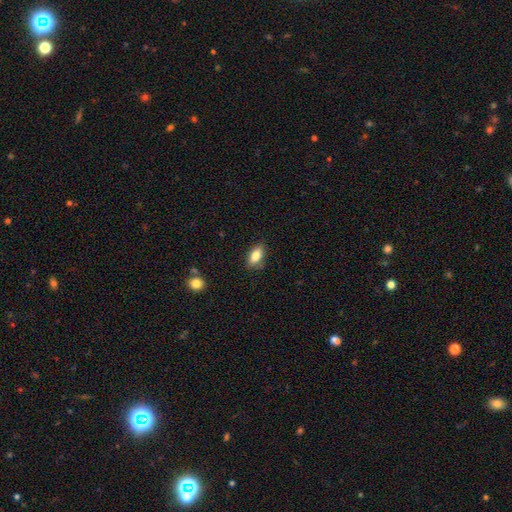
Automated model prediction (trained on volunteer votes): Overall: smooth (82%). How rounded: in between (87%). Merging: none (83%).